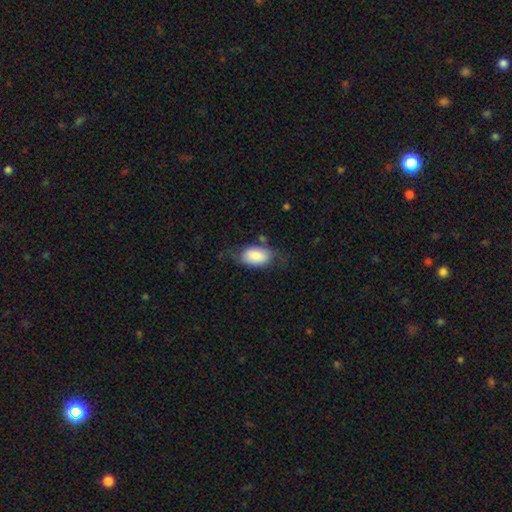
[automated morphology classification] smooth 78%, featured or disk 15%, star or artifact 6%. Down the decision tree: how rounded — in between (91%); merging — none (55%).